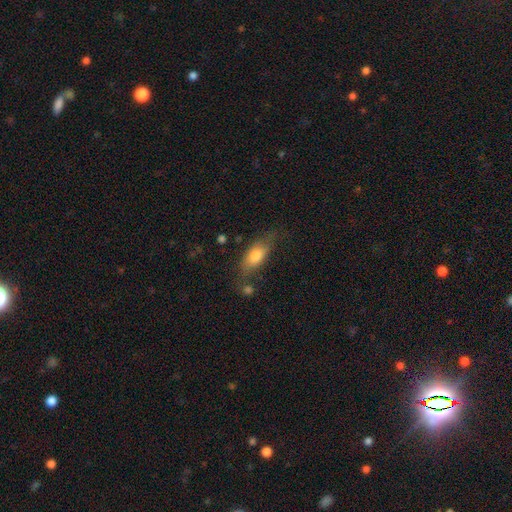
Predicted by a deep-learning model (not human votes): This appears to be a smooth galaxy with no disk features (71%) that is in between round and cigar-shaped (75%). Merging: none (60%).